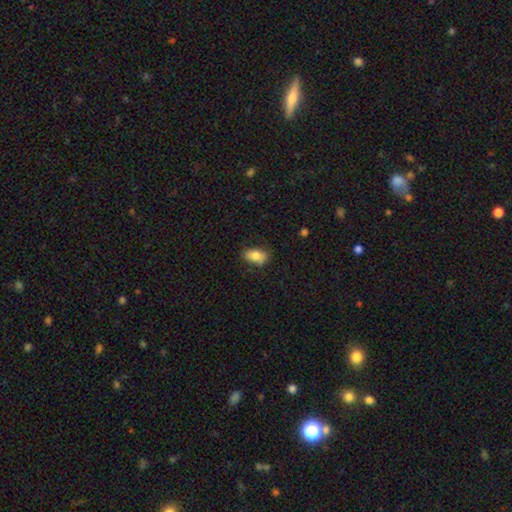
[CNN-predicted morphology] This is clearly a smooth galaxy (80%). How rounded: clearly in between (90%). Merging: likely none (76%).